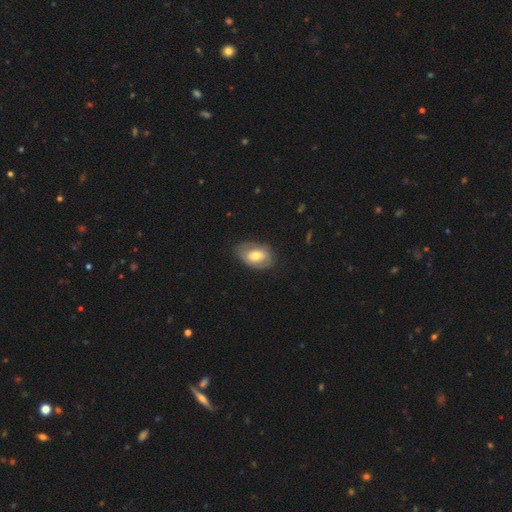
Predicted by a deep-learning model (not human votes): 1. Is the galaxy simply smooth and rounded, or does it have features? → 50% smooth, 44% featured or disk, 6% star or artifact.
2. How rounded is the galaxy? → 85% in between, 14% round, 1% cigar-shaped.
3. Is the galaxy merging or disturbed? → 69% none, 22% minor disturbance, 7% major disturbance, 1% merger.